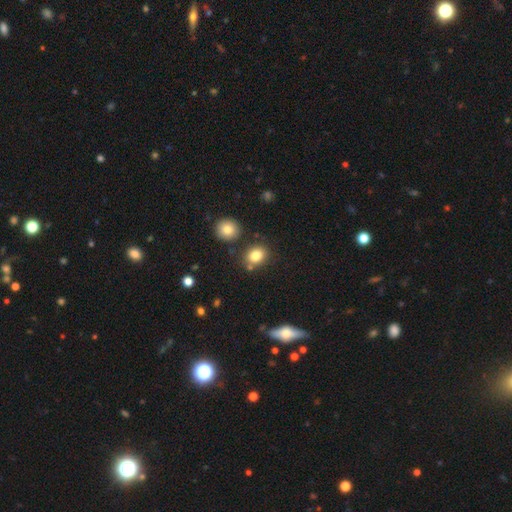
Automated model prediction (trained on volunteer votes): The model was most divided on "how rounded": round: 53%, in between: 46%, cigar-shaped: 1%. More confident: smooth or featured — smooth (82%); merging — none (76%).